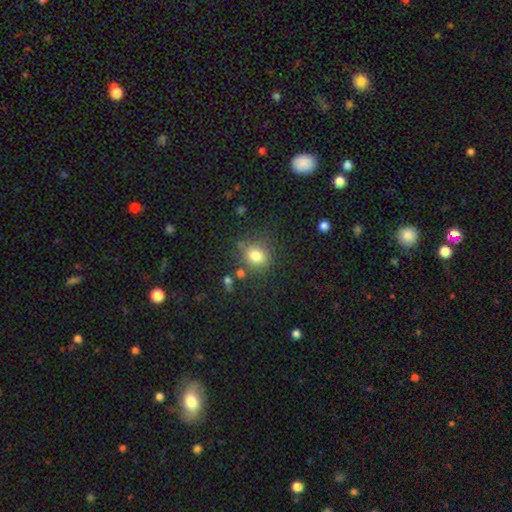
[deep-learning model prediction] Smooth or featured: smooth — 80% (star or artifact — 13%)
How rounded: round — 70% (in between — 29%)
Merging: none — 75% (minor disturbance — 14%)